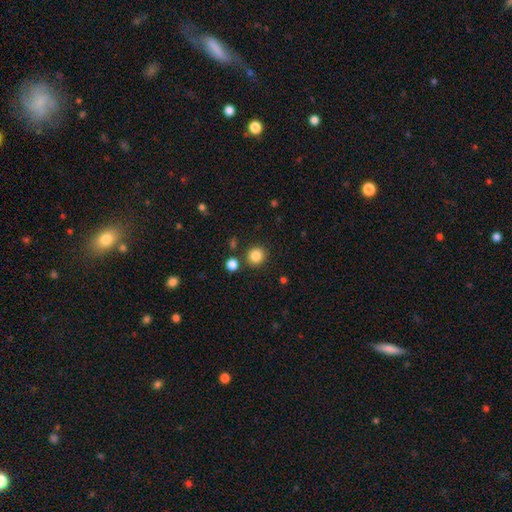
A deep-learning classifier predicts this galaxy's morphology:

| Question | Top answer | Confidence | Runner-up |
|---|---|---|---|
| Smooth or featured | smooth | 85% | star or artifact (11%) |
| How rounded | round | 87% | in between (12%) |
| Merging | none | 86% | minor disturbance (7%) |